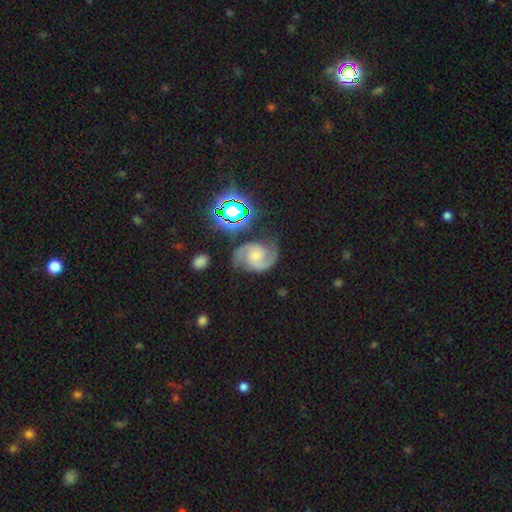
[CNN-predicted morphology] This is clearly a featured or disk galaxy (85%). It is clearly not viewed edge-on (98%). Bar: possibly no (57%). Spiral arm pattern: clearly yes (98%). Spiral arm count: clearly 2 (92%). Spiral winding: possibly medium (58%). Central bulge: possibly small (52%). Merging: likely none (76%).